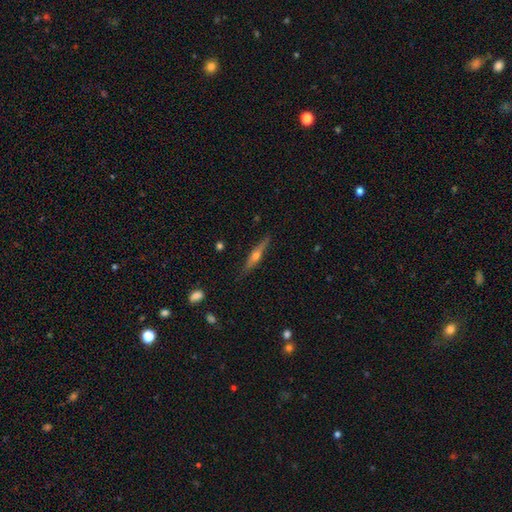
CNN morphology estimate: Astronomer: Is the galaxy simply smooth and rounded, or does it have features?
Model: featured or disk — 69%.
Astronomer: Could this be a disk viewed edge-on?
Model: yes — 97%.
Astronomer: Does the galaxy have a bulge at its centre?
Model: rounded — 90%.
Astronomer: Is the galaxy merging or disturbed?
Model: none — 86%.